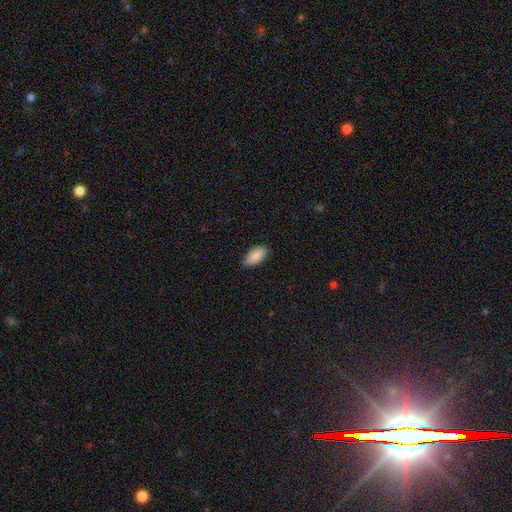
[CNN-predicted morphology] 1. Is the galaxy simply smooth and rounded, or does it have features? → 88% smooth, 6% star or artifact, 5% featured or disk.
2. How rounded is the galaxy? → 94% in between, 3% cigar-shaped, 2% round.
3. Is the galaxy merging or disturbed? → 84% none, 13% minor disturbance, 2% major disturbance, 1% merger.